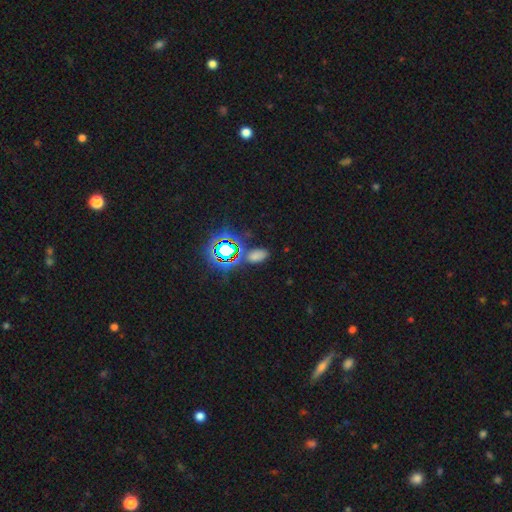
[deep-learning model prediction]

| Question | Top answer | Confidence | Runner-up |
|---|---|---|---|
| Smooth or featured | smooth | 54% | star or artifact (39%) |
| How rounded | in between | 88% | round (9%) |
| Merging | none | 74% | minor disturbance (13%) |